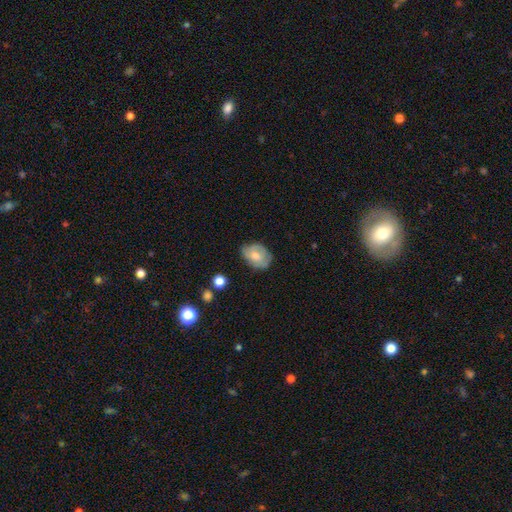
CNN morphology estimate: This is possibly a smooth galaxy (56%). How rounded: likely in between (74%). Merging: likely none (64%).